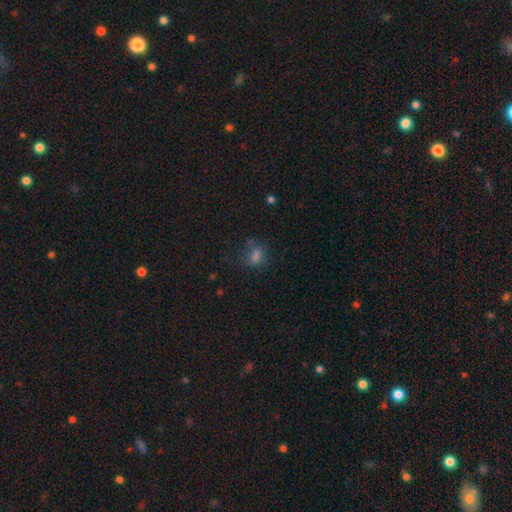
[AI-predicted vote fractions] A smooth galaxy with no disk features (65%) that is in between round and cigar-shaped (64%). Merging: none (54%).